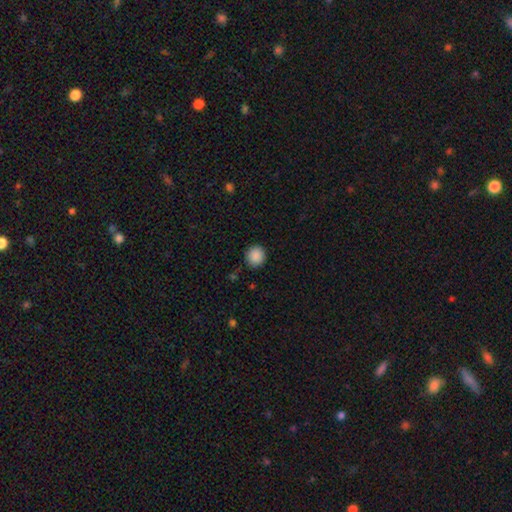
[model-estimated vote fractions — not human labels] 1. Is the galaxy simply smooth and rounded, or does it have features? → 89% smooth, 8% star or artifact, 2% featured or disk.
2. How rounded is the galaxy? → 90% round, 9% in between, 1% cigar-shaped.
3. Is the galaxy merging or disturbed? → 89% none, 8% minor disturbance, 2% major disturbance, 1% merger.